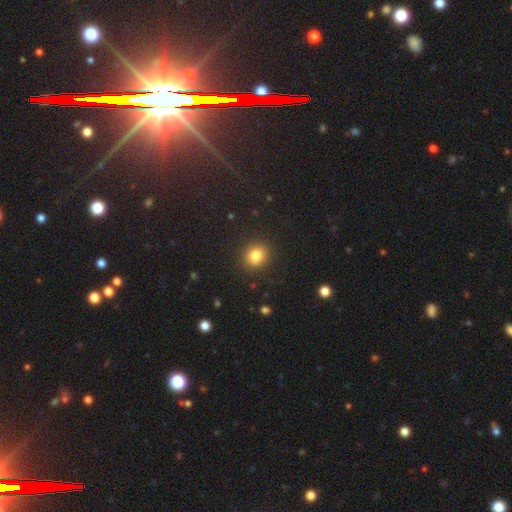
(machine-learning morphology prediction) Smooth or featured? Predicted: smooth (p=0.82). How rounded? Predicted: round (p=0.79). Merging? Predicted: none (p=0.88).